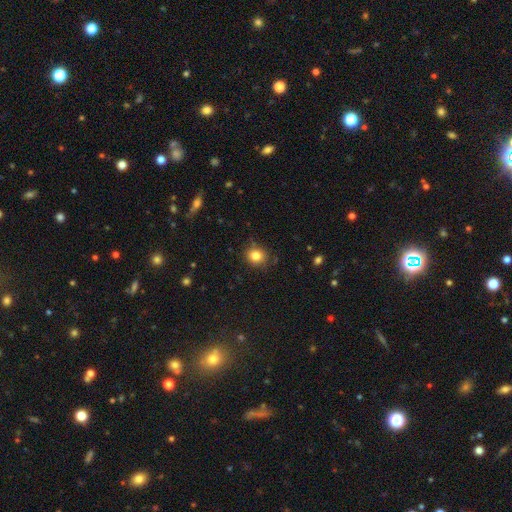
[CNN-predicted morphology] This appears to be a smooth galaxy with no disk features (82%) that is round (77%). Merging: none (82%).